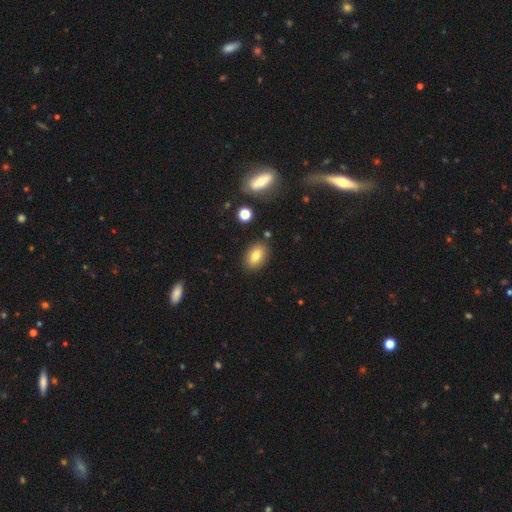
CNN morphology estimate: smooth 78%, featured or disk 12%, star or artifact 10%. Down the decision tree: how rounded — in between (84%); merging — none (86%).